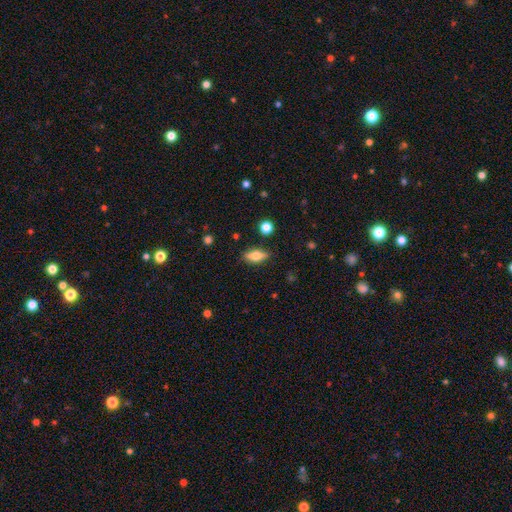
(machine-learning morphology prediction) Smooth or featured? Predicted: smooth (p=0.62). How rounded? Predicted: in between (p=0.69). Merging? Predicted: none (p=0.85).